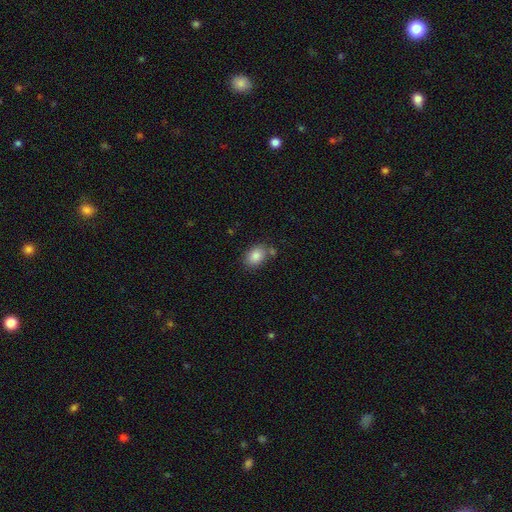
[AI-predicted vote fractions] smooth-or-featured: smooth: 85% | star or artifact: 8% | featured or disk: 7%
  how-rounded: in between: 75% | round: 24% | cigar-shaped: 1%
  merging: none: 71% | minor disturbance: 16% | merger: 10% | major disturbance: 4%